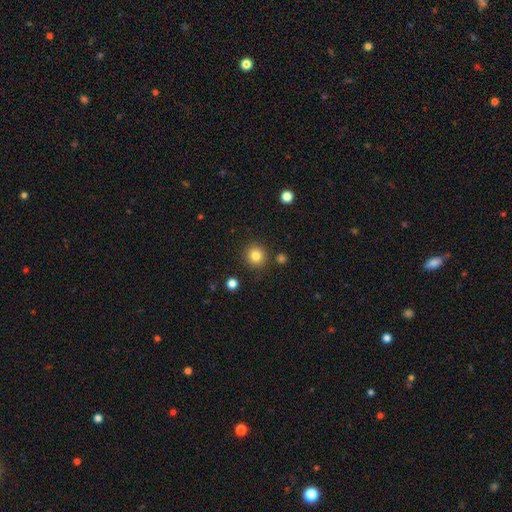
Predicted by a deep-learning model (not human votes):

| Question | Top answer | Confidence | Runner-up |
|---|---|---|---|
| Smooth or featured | smooth | 83% | star or artifact (11%) |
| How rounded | round | 92% | in between (7%) |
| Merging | none | 88% | minor disturbance (7%) |